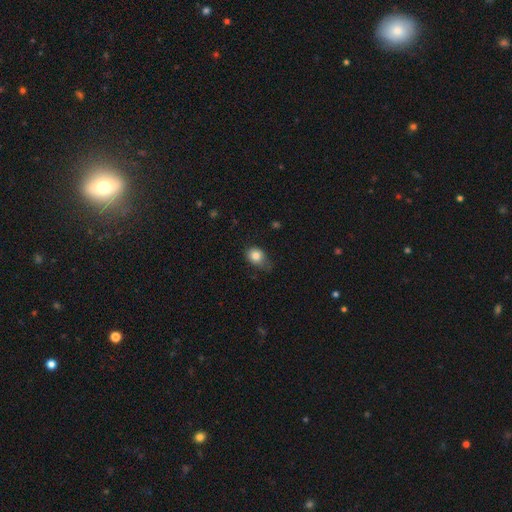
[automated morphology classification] Smooth or featured?
  - smooth: 82% *
  - star or artifact: 10%
  - featured or disk: 8%
How rounded?
  - round: 50% *
  - in between: 49%
  - cigar-shaped: 1%
Merging?
  - none: 48% *
  - minor disturbance: 38%
  - major disturbance: 12%
  - merger: 2%